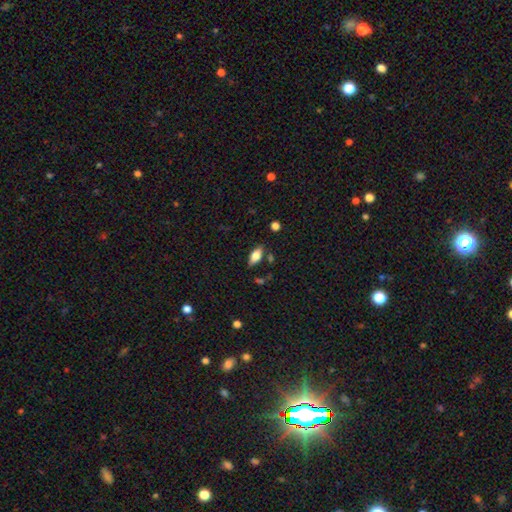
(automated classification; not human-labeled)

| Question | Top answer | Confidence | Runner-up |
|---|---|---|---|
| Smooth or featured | smooth | 74% | featured or disk (18%) |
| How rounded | in between | 86% | cigar-shaped (11%) |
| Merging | none | 80% | minor disturbance (13%) |